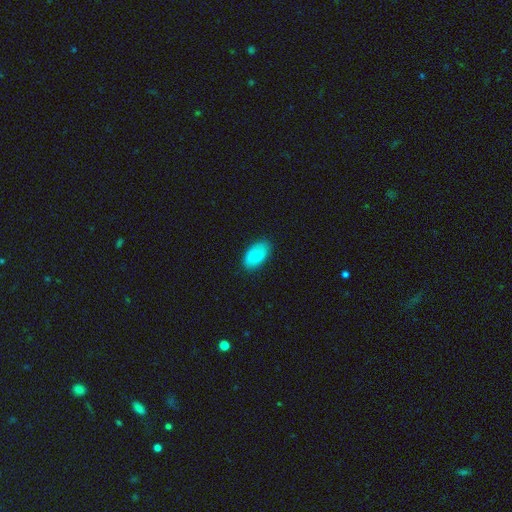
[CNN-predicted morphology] Smooth or featured: smooth — 85% (featured or disk — 8%)
How rounded: in between — 94% (round — 4%)
Merging: none — 84% (minor disturbance — 13%)